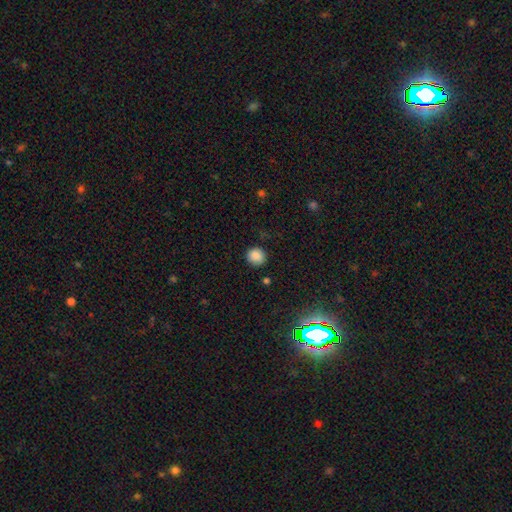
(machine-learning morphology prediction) Smooth or featured: smooth — 86% (star or artifact — 10%)
How rounded: round — 89% (in between — 10%)
Merging: none — 86% (minor disturbance — 10%)